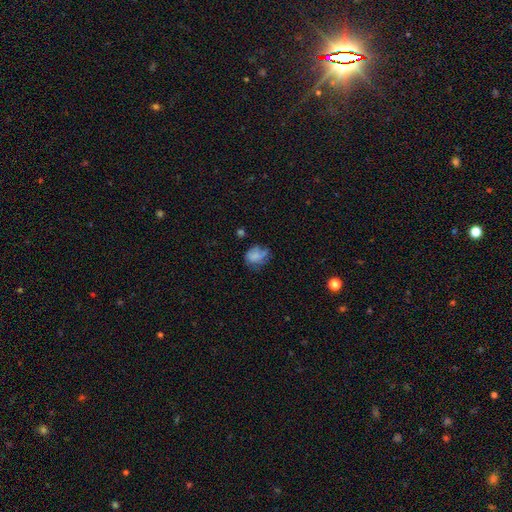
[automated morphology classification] The model was most divided on "how rounded": round: 51%, in between: 48%, cigar-shaped: 1%. Remaining: smooth or featured — smooth (67%); merging — none (45%).